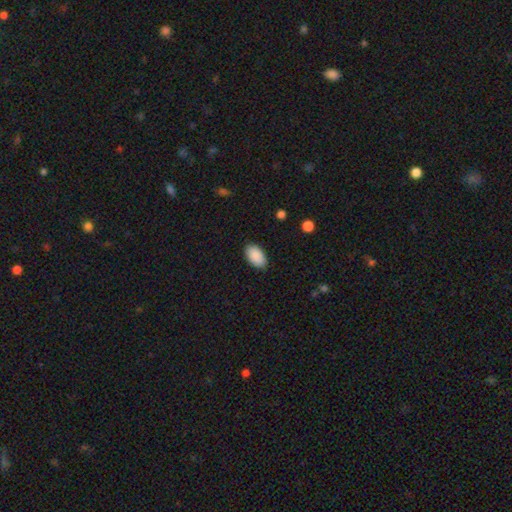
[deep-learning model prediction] Q: Smooth or featured?
A: smooth (91%); runner-up: star or artifact (6%)
Q: How rounded?
A: in between (95%); runner-up: round (4%)
Q: Merging?
A: none (88%); runner-up: minor disturbance (9%)